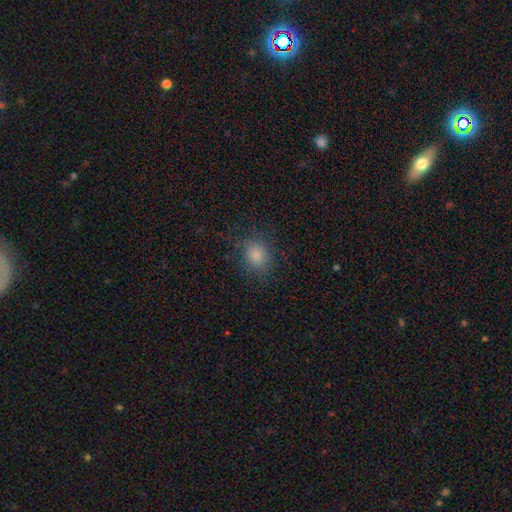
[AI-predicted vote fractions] Smooth or featured: smooth — 79% (star or artifact — 14%)
How rounded: round — 62% (in between — 37%)
Merging: none — 81% (minor disturbance — 13%)